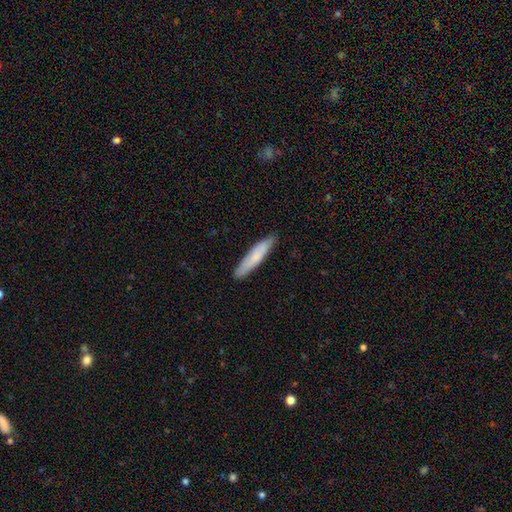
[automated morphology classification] Smooth or featured? smooth (75%)
How rounded? cigar-shaped (89%)
Merging? none (87%)